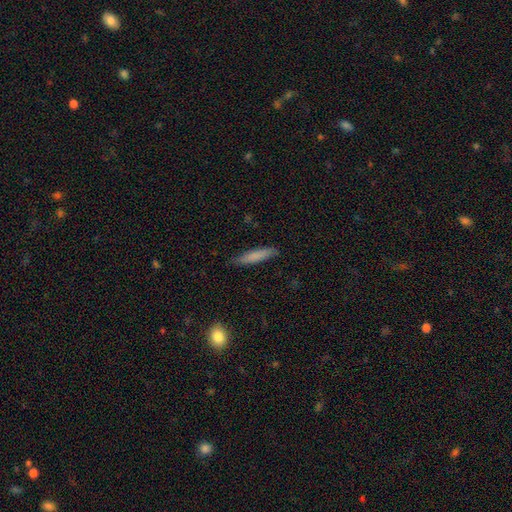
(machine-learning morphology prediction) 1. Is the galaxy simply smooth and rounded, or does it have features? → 77% smooth, 17% featured or disk, 6% star or artifact.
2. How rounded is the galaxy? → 90% cigar-shaped, 9% in between, 1% round.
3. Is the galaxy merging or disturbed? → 85% none, 12% minor disturbance, 2% major disturbance, 1% merger.